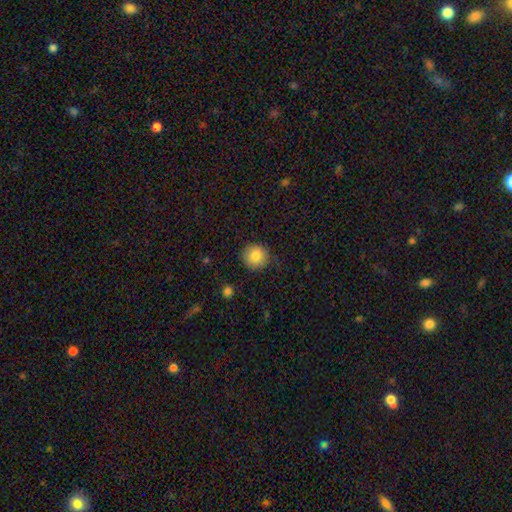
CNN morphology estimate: type=smooth (83%); roundness=round (93%); merging=none (87%).